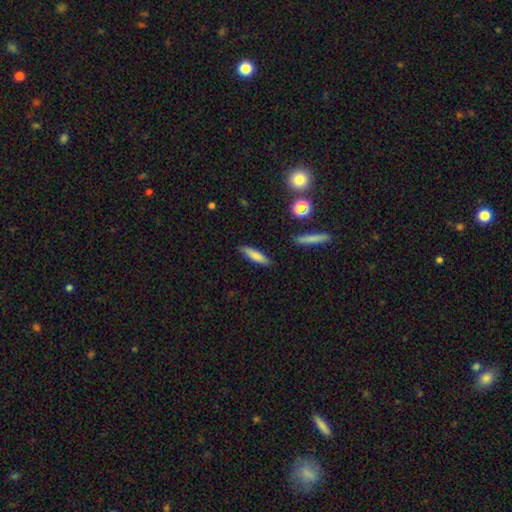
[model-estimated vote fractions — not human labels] smooth_or_featured: smooth (p=0.79) [alt: featured or disk p=0.14]
how_rounded: cigar-shaped (p=0.75) [alt: in between p=0.23]
merging: none (p=0.84) [alt: minor disturbance p=0.12]